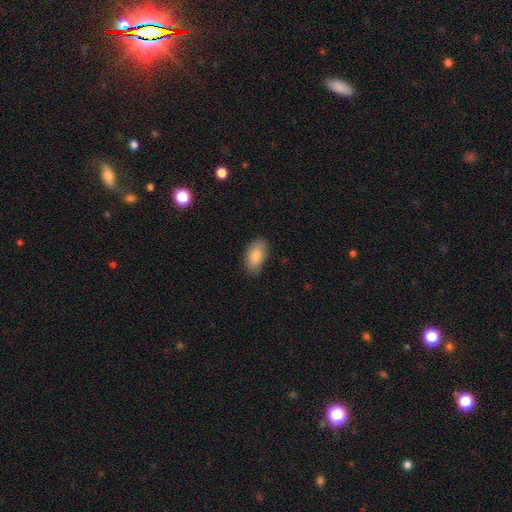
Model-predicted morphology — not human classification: A smooth galaxy with no disk features (83%) that is in between round and cigar-shaped (93%). Merging: none (85%).